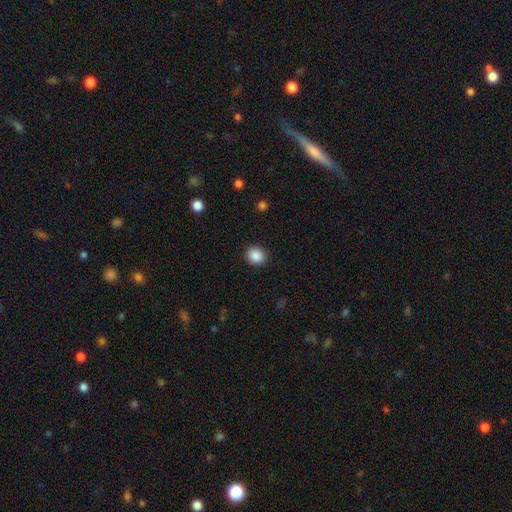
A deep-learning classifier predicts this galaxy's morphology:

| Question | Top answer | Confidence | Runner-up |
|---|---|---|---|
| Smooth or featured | smooth | 88% | star or artifact (9%) |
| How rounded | round | 76% | in between (23%) |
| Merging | none | 91% | minor disturbance (6%) |